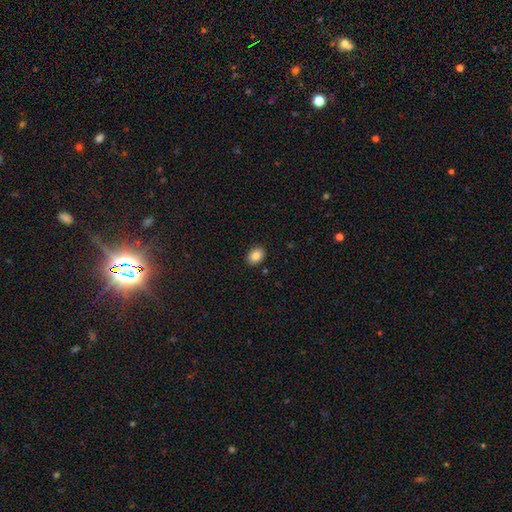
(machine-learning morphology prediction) smooth 86%, star or artifact 9%, featured or disk 5%. Down the decision tree: how rounded — in between (72%); merging — none (90%).